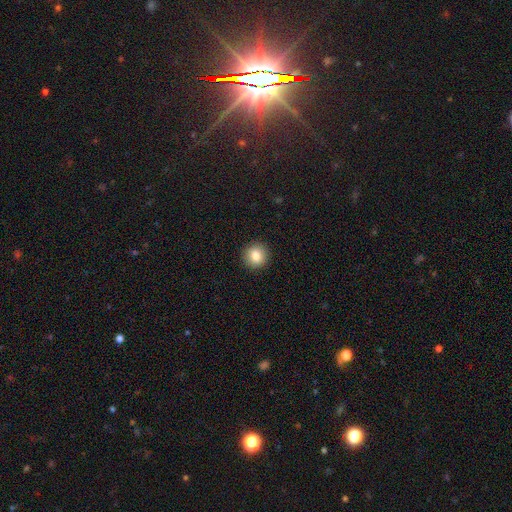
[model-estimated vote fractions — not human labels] smooth_or_featured: smooth (p=0.84) [alt: star or artifact p=0.09]
how_rounded: round (p=0.93) [alt: in between p=0.06]
merging: none (p=0.93) [alt: minor disturbance p=0.05]